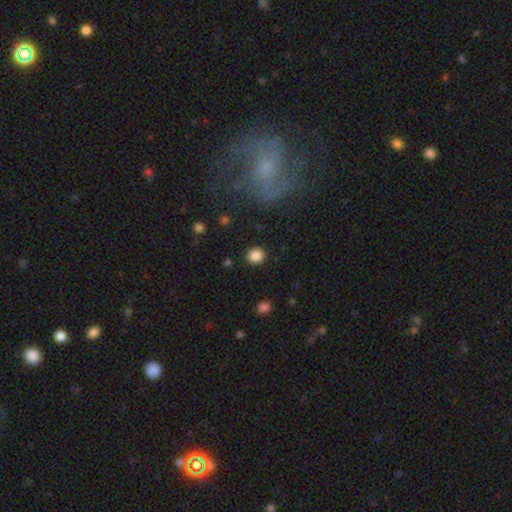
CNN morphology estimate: Overall: smooth (86%). How rounded: round (90%). Merging: none (90%).